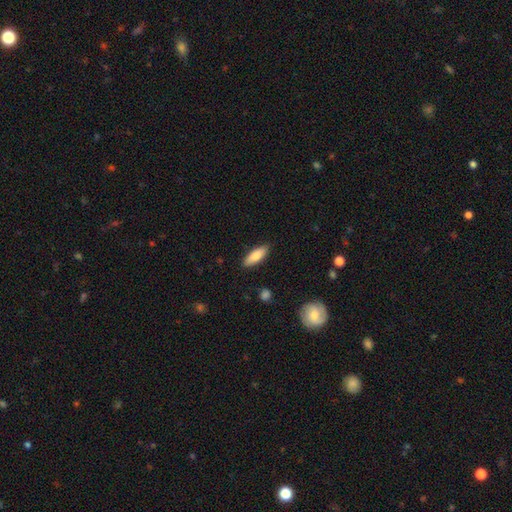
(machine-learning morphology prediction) Smooth or featured? smooth (81%)
How rounded? in between (62%)
Merging? none (86%)